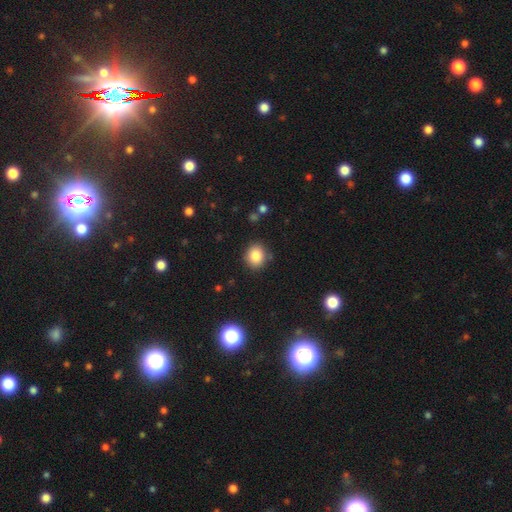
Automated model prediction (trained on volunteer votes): smooth-or-featured: smooth: 84% | star or artifact: 10% | featured or disk: 6%
  how-rounded: round: 75% | in between: 24% | cigar-shaped: 1%
  merging: none: 85% | minor disturbance: 10% | major disturbance: 3% | merger: 3%